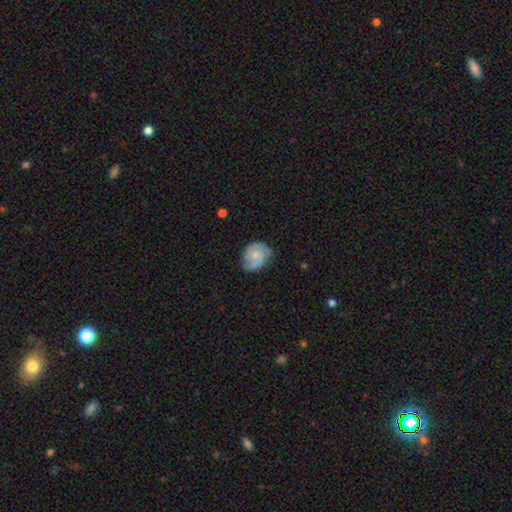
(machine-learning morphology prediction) Smooth or featured: featured or disk — 59% (smooth — 35%)
Edge-on disk: no — 97% (yes — 3%)
Bar: no — 72% (weak — 25%)
Spiral arms: yes — 86% (no — 14%)
Bulge size: small — 46% (moderate — 40%)
Merging: none — 62% (minor disturbance — 28%)